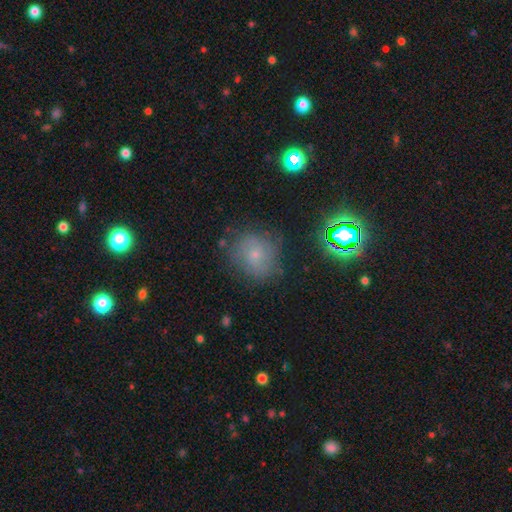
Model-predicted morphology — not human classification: This is possibly a smooth galaxy (52%). How rounded: clearly round (81%). Merging: likely none (71%).